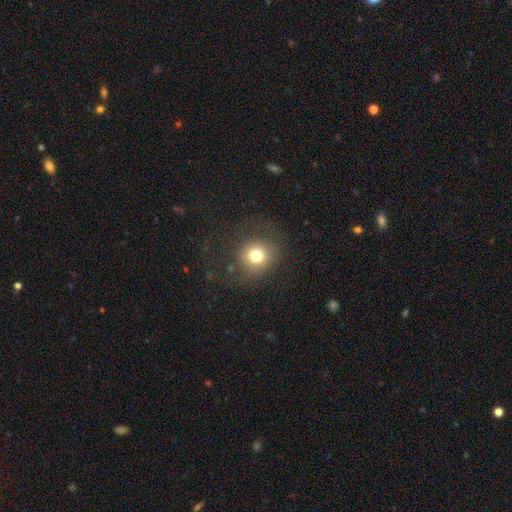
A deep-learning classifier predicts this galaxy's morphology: The model was most divided on "smooth or featured": smooth: 75%, star or artifact: 14%, featured or disk: 11%. More confident: how rounded — round (88%); merging — none (77%).